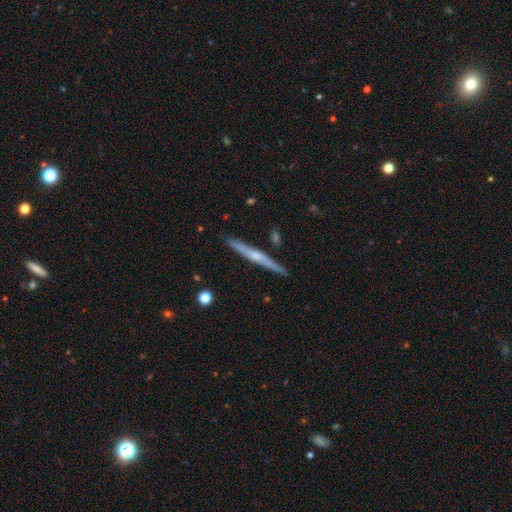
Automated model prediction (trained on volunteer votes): Overall: featured or disk (66%; smooth 29%). Edge-on disk: yes (98%). Edge-on bulge: rounded (62%; none 30%). Merging: none (89%).